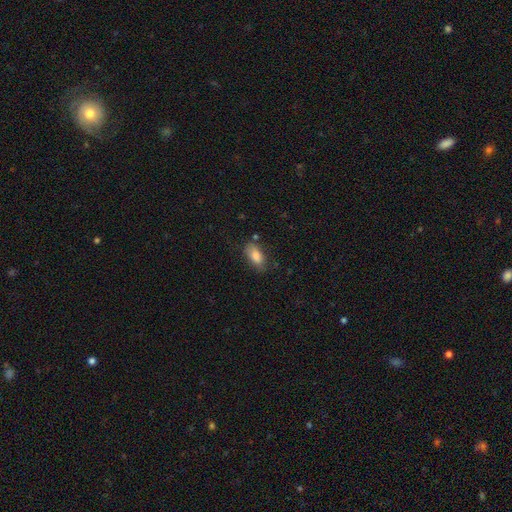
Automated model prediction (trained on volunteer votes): smooth-or-featured: smooth: 83% | featured or disk: 10% | star or artifact: 7%
  how-rounded: in between: 88% | cigar-shaped: 8% | round: 3%
  merging: none: 71% | minor disturbance: 21% | major disturbance: 5% | merger: 3%